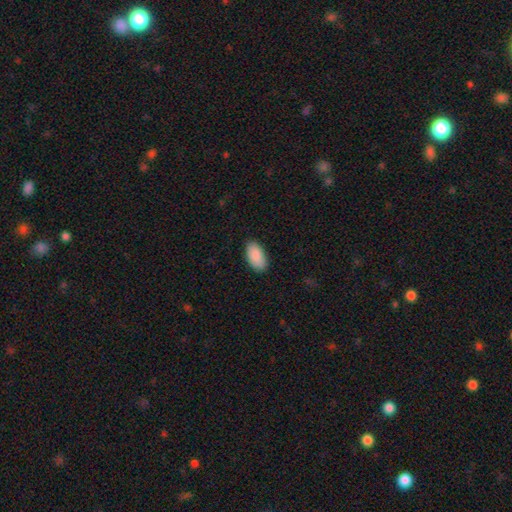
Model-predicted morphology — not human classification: type=smooth (90%); roundness=in between (95%); merging=none (86%).